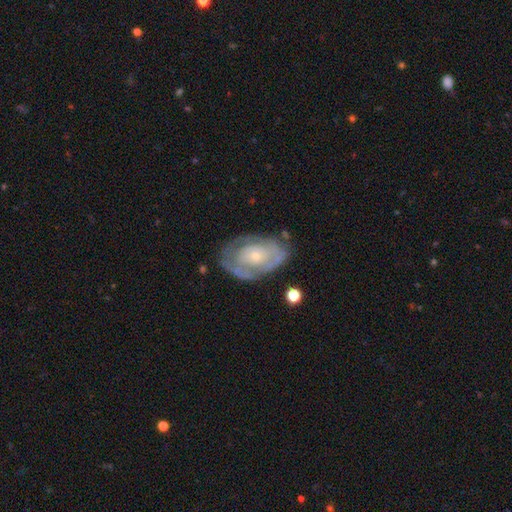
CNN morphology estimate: Smooth or featured: featured or disk — 72% (smooth — 22%)
Edge-on disk: no — 95% (yes — 5%)
Bar: no — 83% (weak — 14%)
Spiral arms: yes — 62% (no — 38%)
Bulge size: small — 69% (moderate — 26%)
Merging: none — 63% (minor disturbance — 23%)